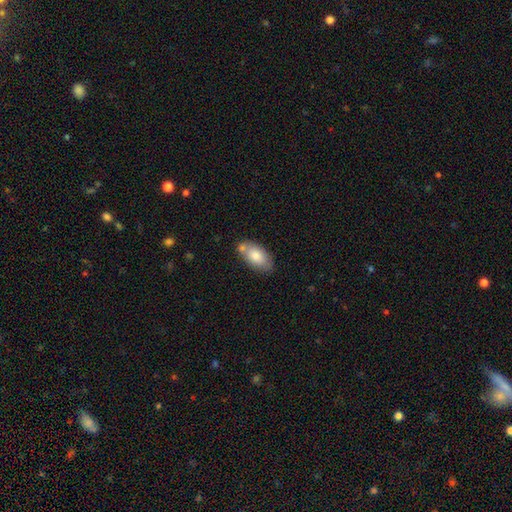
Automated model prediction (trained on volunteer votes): smooth 78%, featured or disk 16%, star or artifact 6%. Down the decision tree: how rounded — in between (92%); merging — none (62%).